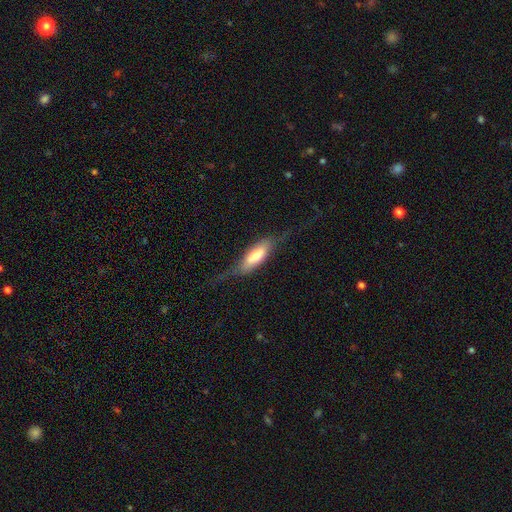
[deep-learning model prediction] This appears to be a smooth galaxy with no disk features (54%) that is in between round and cigar-shaped (50%). Merging: none (58%).